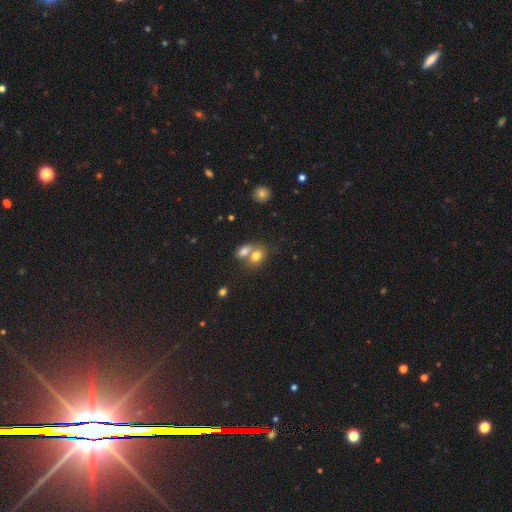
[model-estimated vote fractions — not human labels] smooth 76%, featured or disk 14%, star or artifact 10%. Down the decision tree: how rounded — in between (70%); merging — merger (62%).